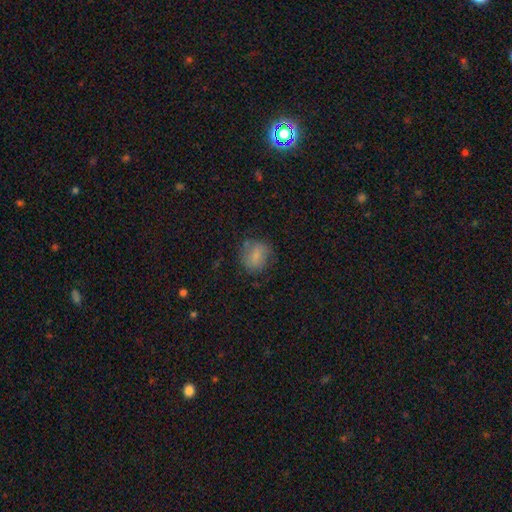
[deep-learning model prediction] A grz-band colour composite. It shows a smooth galaxy with no disk features (75%) that is round (74%). Merging: none (70%).